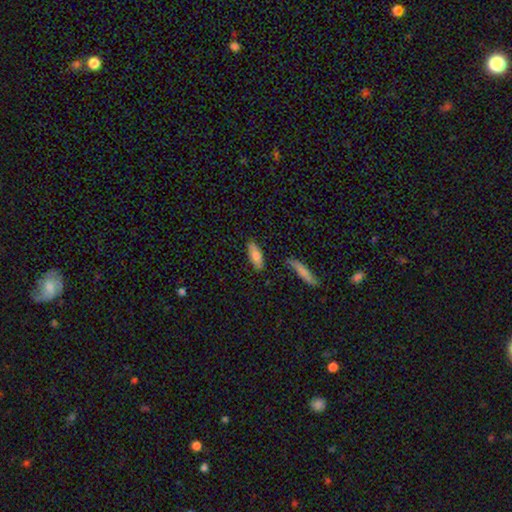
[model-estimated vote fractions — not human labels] smooth 79%, featured or disk 15%, star or artifact 7%. Down the decision tree: how rounded — in between (67%); merging — none (80%).